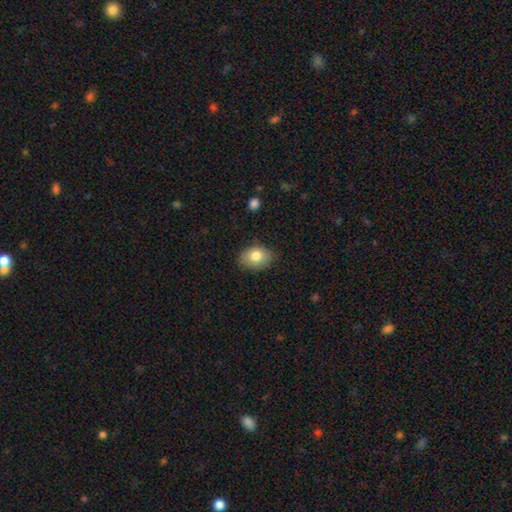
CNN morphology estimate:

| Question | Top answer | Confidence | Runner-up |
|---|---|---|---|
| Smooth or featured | smooth | 80% | featured or disk (12%) |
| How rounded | in between | 73% | round (26%) |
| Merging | none | 79% | minor disturbance (17%) |